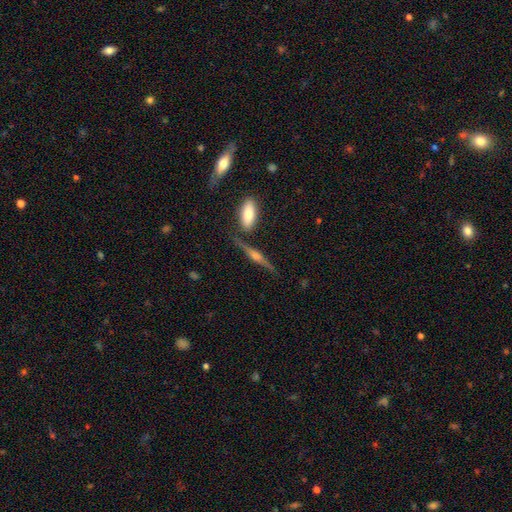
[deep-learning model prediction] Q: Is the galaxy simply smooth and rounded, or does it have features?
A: featured or disk — 70%.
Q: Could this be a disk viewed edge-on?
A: yes — 96%.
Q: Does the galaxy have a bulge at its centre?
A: rounded — 78%.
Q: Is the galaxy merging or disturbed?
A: none — 75%.